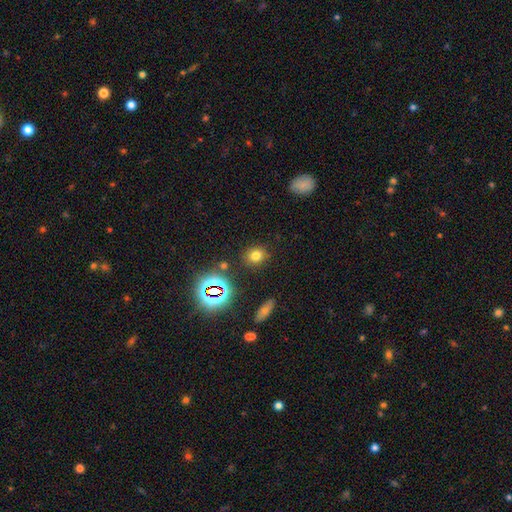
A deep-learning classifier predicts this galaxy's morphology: A smooth galaxy with no disk features (70%) that is round (70%). Merging: none (85%).